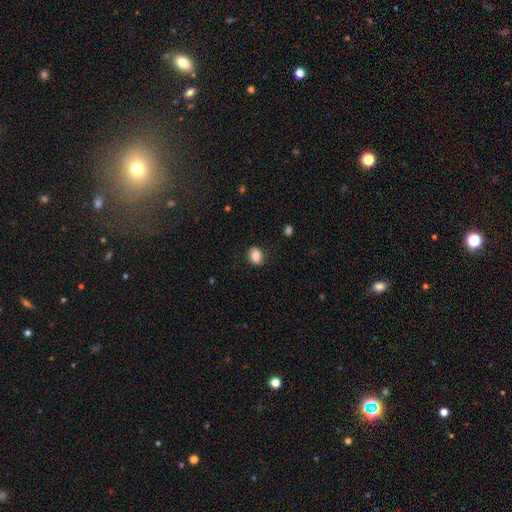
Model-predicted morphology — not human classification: Smooth or featured? Predicted: smooth (p=0.86). How rounded? Predicted: in between (p=0.69). Merging? Predicted: none (p=0.84).